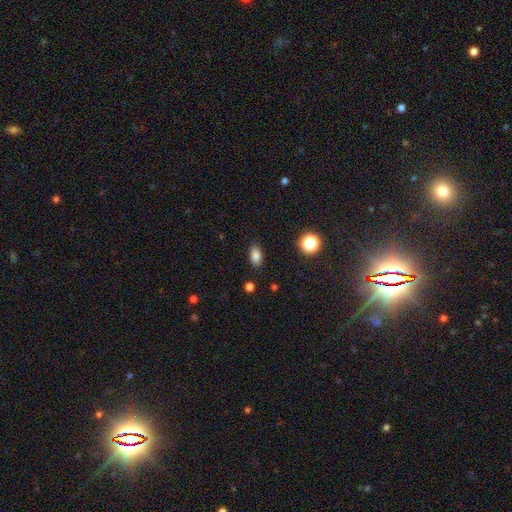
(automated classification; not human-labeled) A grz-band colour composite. It shows a smooth galaxy with no disk features (84%) that is in between round and cigar-shaped (88%). Merging: none (87%).